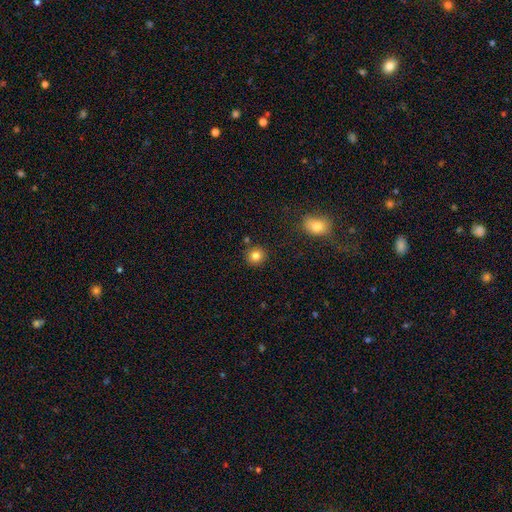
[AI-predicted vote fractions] Smooth or featured? Predicted: smooth (p=0.82). How rounded? Predicted: round (p=0.89). Merging? Predicted: none (p=0.87).